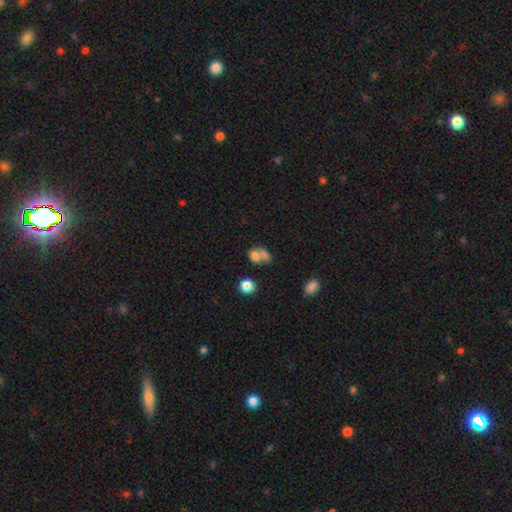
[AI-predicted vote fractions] smooth-or-featured: smooth: 72% | featured or disk: 15% | star or artifact: 13%
  how-rounded: in between: 52% | round: 46% | cigar-shaped: 2%
  merging: merger: 55% | none: 28% | minor disturbance: 10% | major disturbance: 7%